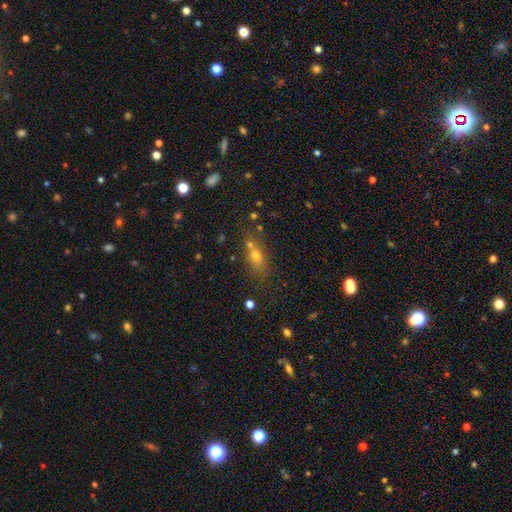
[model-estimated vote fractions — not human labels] Morphology: type=smooth (63%); roundness=in between (59%); merging=none (59%).